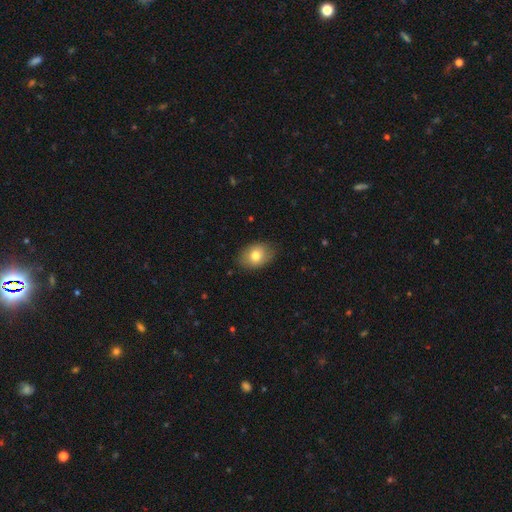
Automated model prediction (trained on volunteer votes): smooth-or-featured: smooth: 77% | featured or disk: 15% | star or artifact: 8%
  how-rounded: in between: 75% | round: 24% | cigar-shaped: 1%
  merging: none: 82% | minor disturbance: 14% | major disturbance: 3% | merger: 1%